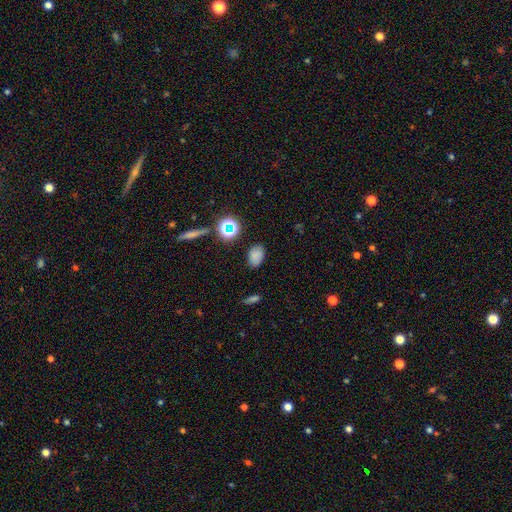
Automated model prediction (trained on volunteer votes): This appears to be a smooth galaxy with no disk features (76%) that is in between round and cigar-shaped (82%). Merging: none (81%).